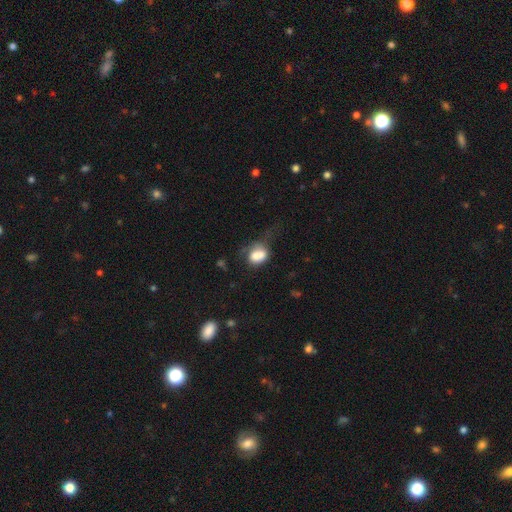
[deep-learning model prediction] A smooth galaxy with no disk features (74%) that is in between round and cigar-shaped (59%).

Vote fractions:
- Smooth or featured? smooth: 74% / featured or disk: 17% / star or artifact: 10%
- How rounded? in between: 59% / round: 40% / cigar-shaped: 1%
- Merging? major disturbance: 30% / none: 25% / minor disturbance: 24% / merger: 21%